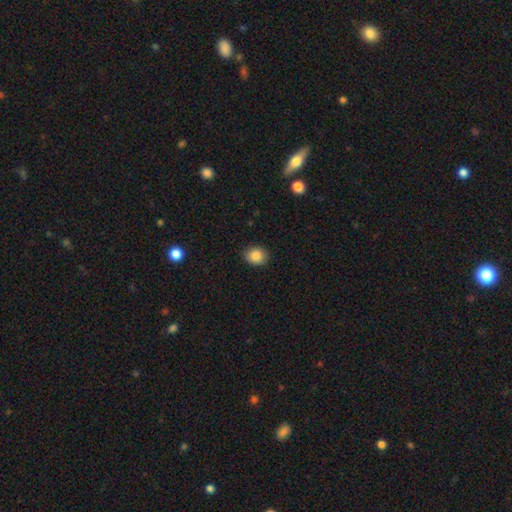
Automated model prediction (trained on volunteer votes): This is clearly a smooth galaxy (87%). How rounded: likely round (66%). Merging: clearly none (88%).